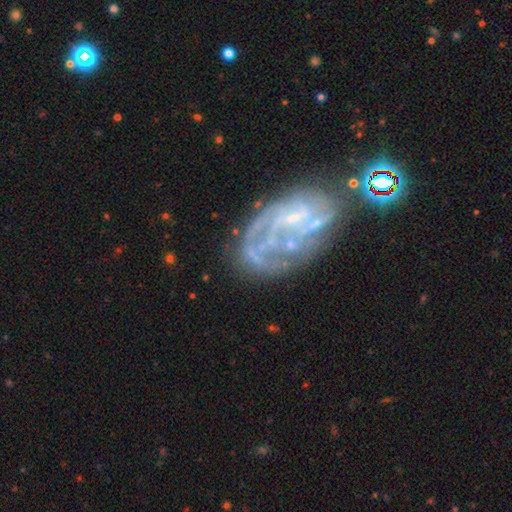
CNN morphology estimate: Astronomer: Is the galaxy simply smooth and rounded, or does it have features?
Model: featured or disk — 74%.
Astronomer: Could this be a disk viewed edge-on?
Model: no — 97%.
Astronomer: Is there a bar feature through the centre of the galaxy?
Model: no — 55% (runner-up: weak, 32%).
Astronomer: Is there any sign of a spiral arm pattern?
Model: yes — 64%.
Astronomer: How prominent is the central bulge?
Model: small — 42% (runner-up: none, 41%).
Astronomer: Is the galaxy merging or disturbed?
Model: none — 46% (runner-up: major disturbance, 25%).